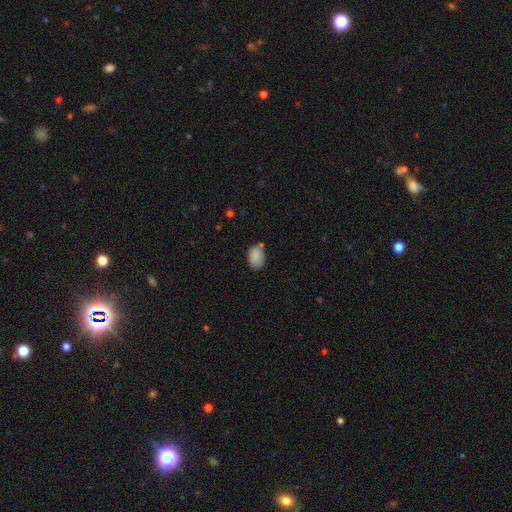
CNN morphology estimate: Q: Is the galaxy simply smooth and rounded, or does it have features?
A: smooth — 86%.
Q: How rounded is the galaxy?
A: in between — 81%.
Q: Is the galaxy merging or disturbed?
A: none — 63%.